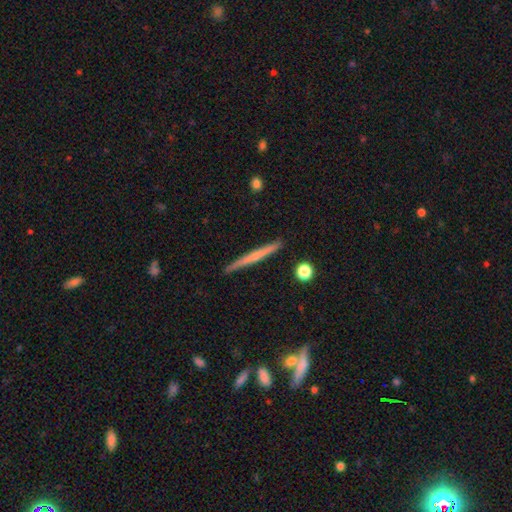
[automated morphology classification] Smooth or featured?
  - featured or disk: 51% *
  - smooth: 43%
  - star or artifact: 6%
Edge-on disk?
  - yes: 97% *
  - no: 3%
Merging?
  - none: 91% *
  - minor disturbance: 7%
  - merger: 1%
  - major disturbance: 1%